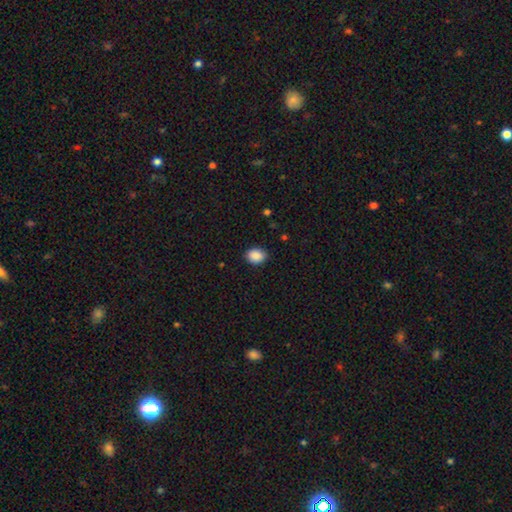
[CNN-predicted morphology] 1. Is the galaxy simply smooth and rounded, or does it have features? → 89% smooth, 8% star or artifact, 3% featured or disk.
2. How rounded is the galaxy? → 58% in between, 41% round, 1% cigar-shaped.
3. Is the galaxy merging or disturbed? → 87% none, 10% minor disturbance, 2% major disturbance, 1% merger.